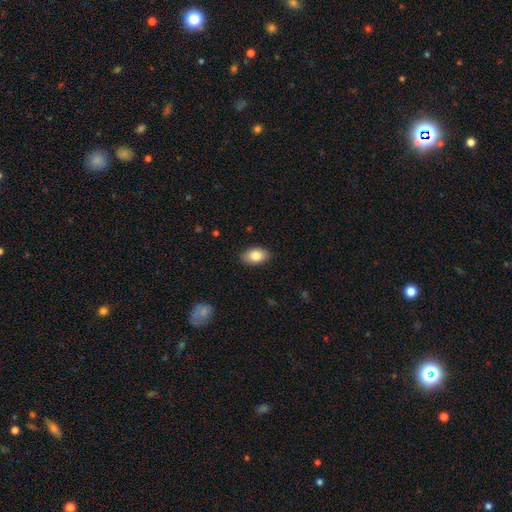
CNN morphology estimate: Smooth or featured?
  - smooth: 83% *
  - featured or disk: 9%
  - star or artifact: 7%
How rounded?
  - in between: 90% *
  - round: 8%
  - cigar-shaped: 2%
Merging?
  - none: 88% *
  - minor disturbance: 9%
  - major disturbance: 2%
  - merger: 1%